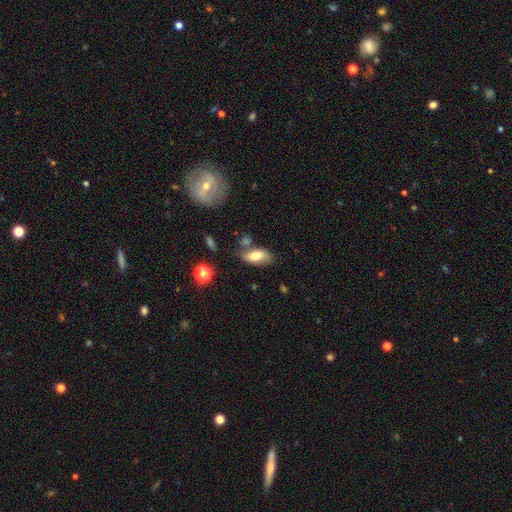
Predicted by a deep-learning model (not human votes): This appears to be a smooth galaxy with no disk features (72%) that is in between round and cigar-shaped (87%). Merging: none (63%).